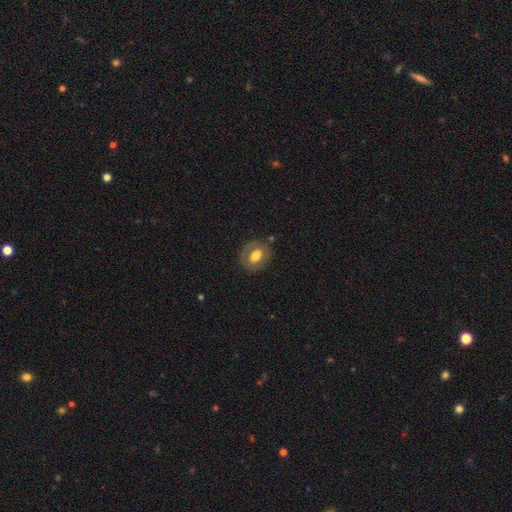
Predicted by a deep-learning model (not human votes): Q: Smooth or featured?
A: smooth (53%); runner-up: featured or disk (40%)
Q: How rounded?
A: in between (52%); runner-up: round (46%)
Q: Merging?
A: none (77%); runner-up: minor disturbance (15%)